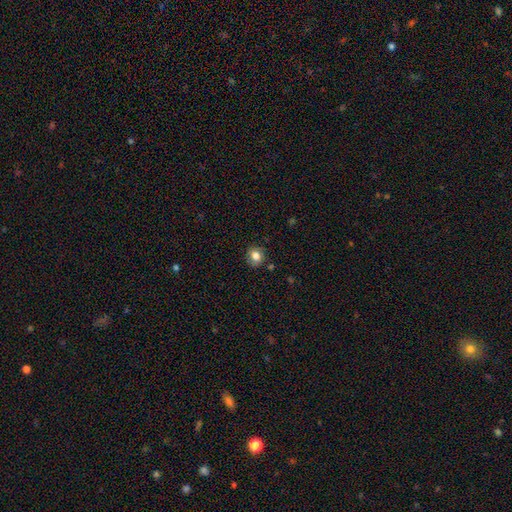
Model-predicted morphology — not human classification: This appears to be a smooth galaxy with no disk features (81%) that is round (77%). Merging: none (85%).